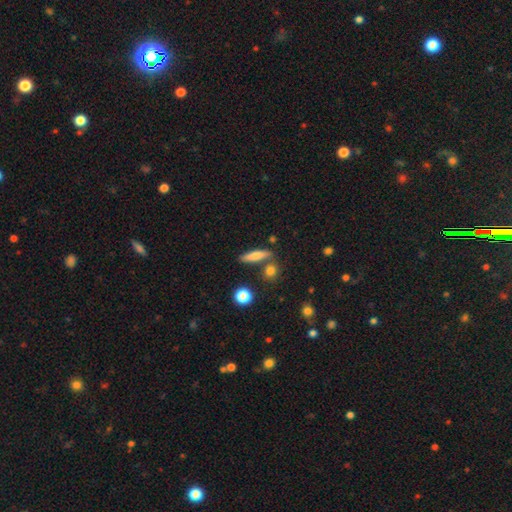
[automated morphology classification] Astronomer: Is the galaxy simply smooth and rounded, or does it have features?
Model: smooth — 73%.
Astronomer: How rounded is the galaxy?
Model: cigar-shaped — 74%.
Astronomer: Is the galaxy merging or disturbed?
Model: none — 75%.